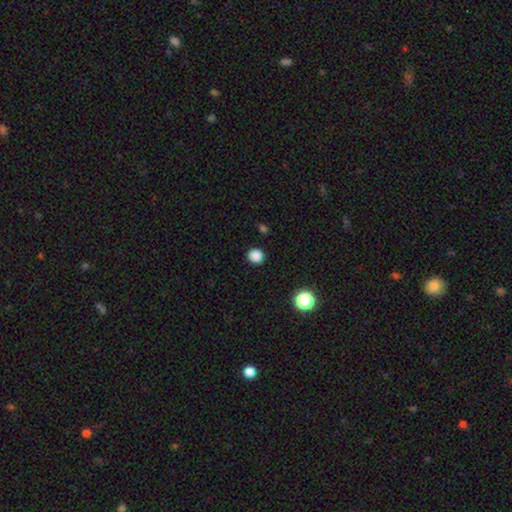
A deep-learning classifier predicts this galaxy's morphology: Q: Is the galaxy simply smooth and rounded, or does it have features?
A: smooth — 85%.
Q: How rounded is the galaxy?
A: round — 89%.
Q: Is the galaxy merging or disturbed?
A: none — 91%.